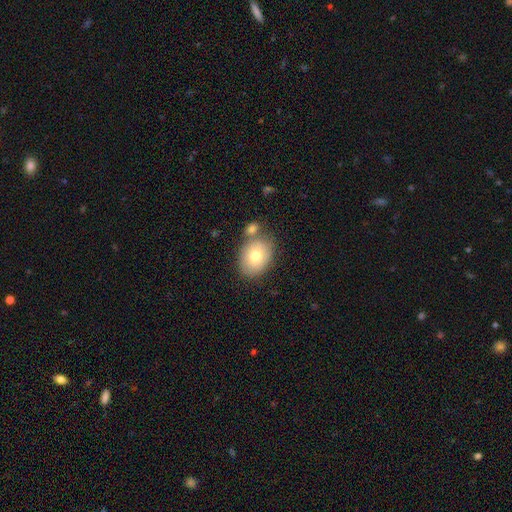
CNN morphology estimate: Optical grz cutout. It shows a smooth galaxy with no disk features (73%) that is in between round and cigar-shaped (72%). Merging: none (61%).